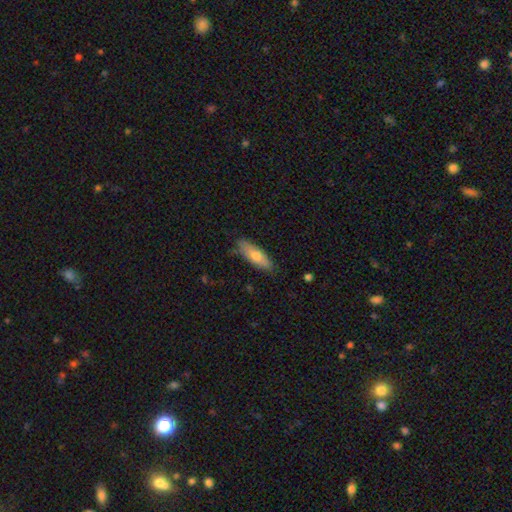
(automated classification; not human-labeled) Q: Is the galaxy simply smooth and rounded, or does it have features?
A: smooth — 71%.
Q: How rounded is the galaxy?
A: in between — 56%.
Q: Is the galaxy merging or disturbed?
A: none — 81%.